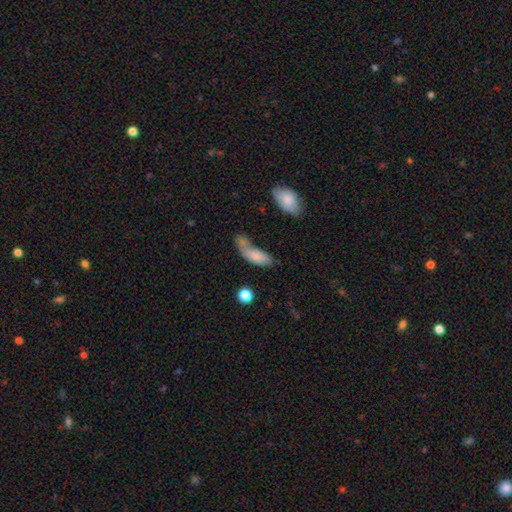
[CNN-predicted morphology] Smooth or featured: smooth — 77% (featured or disk — 15%)
How rounded: in between — 77% (cigar-shaped — 19%)
Merging: merger — 41% (none — 25%)